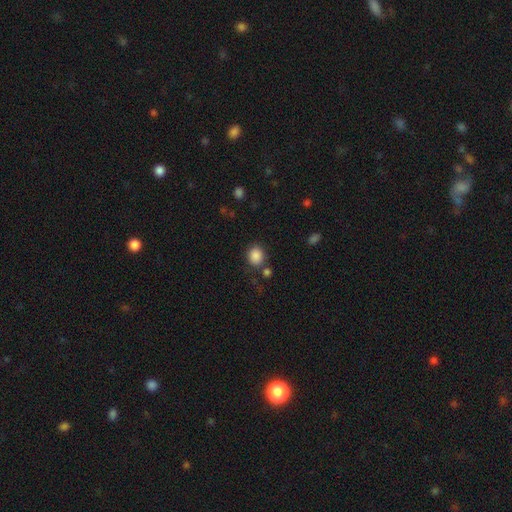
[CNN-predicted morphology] Smooth or featured: smooth — 87% (star or artifact — 9%)
How rounded: round — 65% (in between — 34%)
Merging: none — 77% (minor disturbance — 11%)